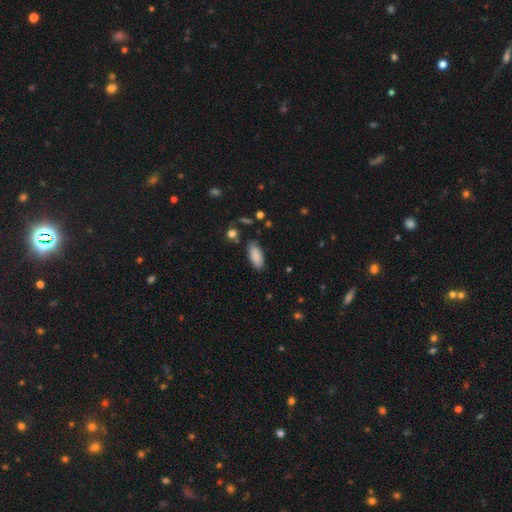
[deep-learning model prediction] The model was most divided on "how rounded": in between: 85%, cigar-shaped: 14%, round: 2%. More confident: smooth or featured — smooth (88%); merging — none (84%).